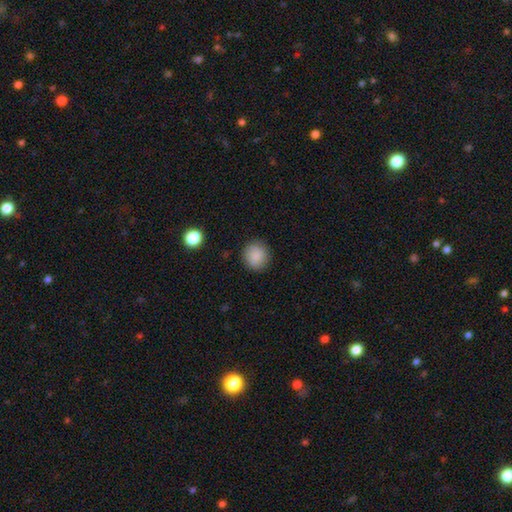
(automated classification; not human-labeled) The model was most divided on "how rounded": round: 88%, in between: 11%, cigar-shaped: 1%. More confident: merging — none (90%); smooth or featured — smooth (88%).